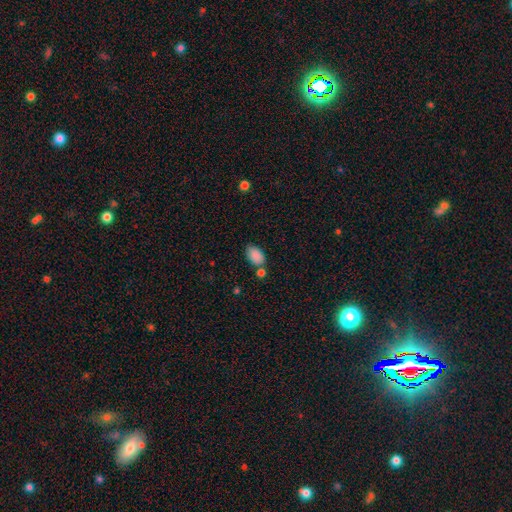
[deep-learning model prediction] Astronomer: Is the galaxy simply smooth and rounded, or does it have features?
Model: smooth — 88%.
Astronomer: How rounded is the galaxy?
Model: in between — 91%.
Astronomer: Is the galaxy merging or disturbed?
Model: none — 63%.